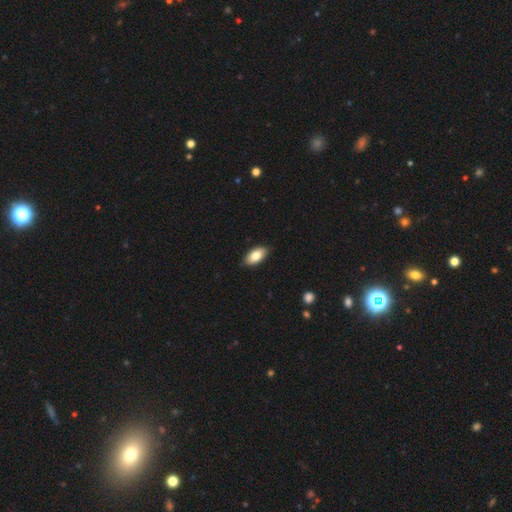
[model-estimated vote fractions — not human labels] Smooth or featured: smooth — 81% (featured or disk — 12%)
How rounded: in between — 92% (cigar-shaped — 4%)
Merging: none — 87% (minor disturbance — 11%)